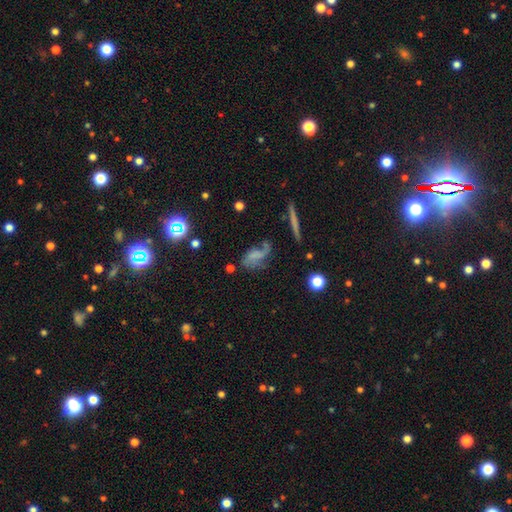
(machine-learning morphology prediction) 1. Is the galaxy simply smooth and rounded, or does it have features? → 44% featured or disk, 42% smooth, 14% star or artifact.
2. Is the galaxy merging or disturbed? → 36% none, 30% major disturbance, 23% minor disturbance, 10% merger.